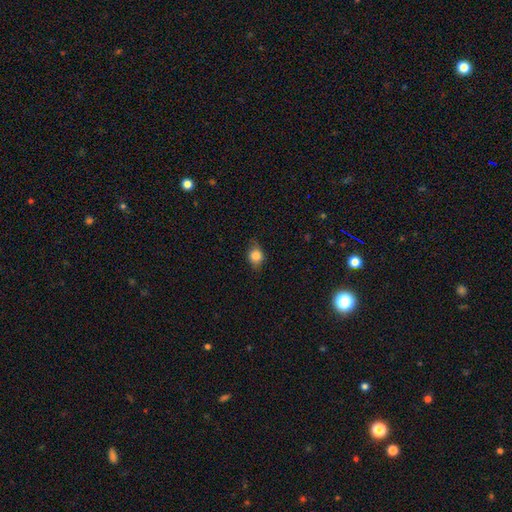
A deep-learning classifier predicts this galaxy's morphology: A smooth galaxy with no disk features (82%) that is round (57%). Merging: none (73%).